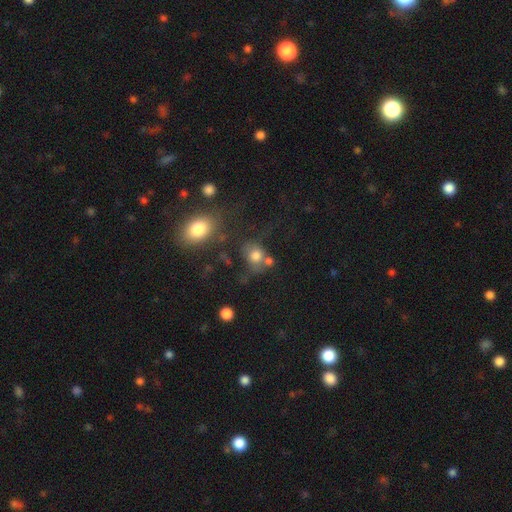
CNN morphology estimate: This appears to be a smooth galaxy with no disk features (74%) that is round (64%). Merging: none (45%).